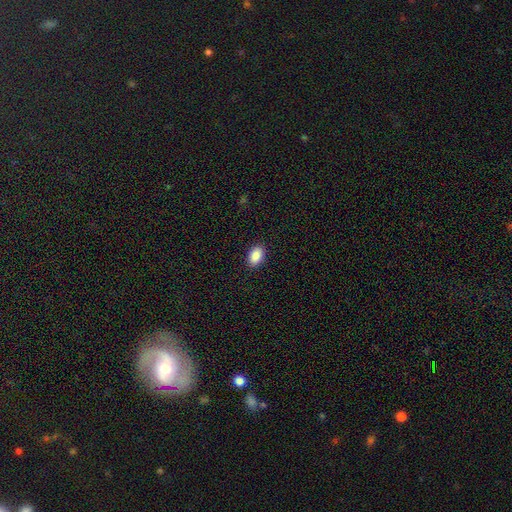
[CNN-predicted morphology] smooth 89%, star or artifact 8%, featured or disk 3%. Down the decision tree: how rounded — in between (87%); merging — none (90%).